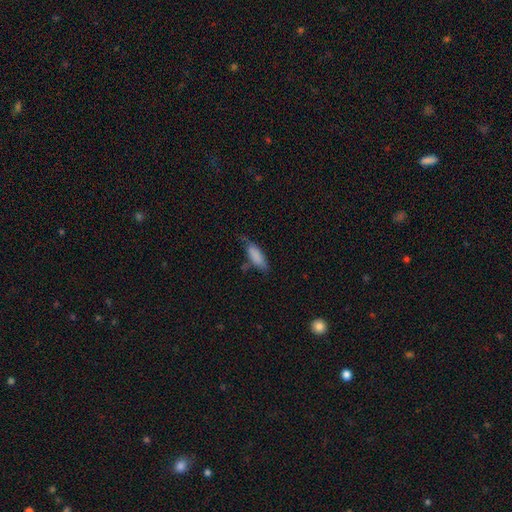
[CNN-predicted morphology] Smooth or featured: smooth — 83% (featured or disk — 11%)
How rounded: in between — 63% (cigar-shaped — 35%)
Merging: none — 54% (minor disturbance — 32%)